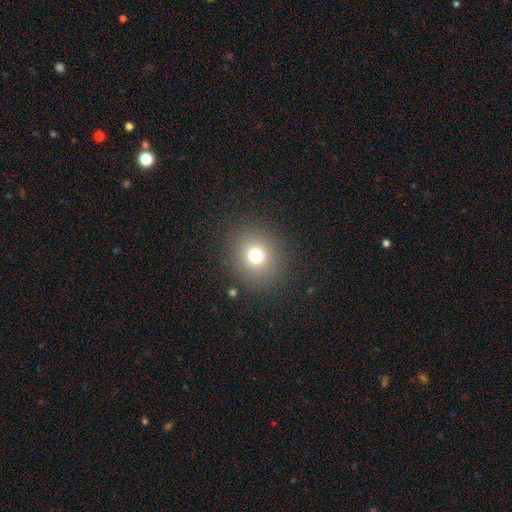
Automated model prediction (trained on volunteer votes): A smooth galaxy with no disk features (74%) that is round (83%).

Vote fractions:
- Smooth or featured? smooth: 74% / star or artifact: 17% / featured or disk: 10%
- How rounded? round: 83% / in between: 16% / cigar-shaped: 1%
- Merging? none: 88% / minor disturbance: 7% / major disturbance: 4% / merger: 1%